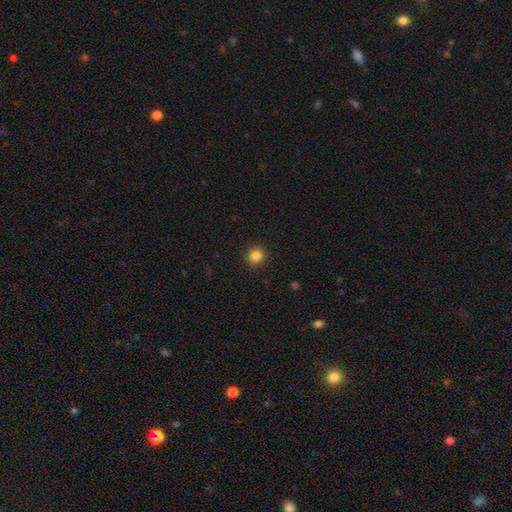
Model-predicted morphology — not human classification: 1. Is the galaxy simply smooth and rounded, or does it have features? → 85% smooth, 11% star or artifact, 4% featured or disk.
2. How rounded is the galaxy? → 90% round, 9% in between, 1% cigar-shaped.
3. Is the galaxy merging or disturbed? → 92% none, 5% minor disturbance, 2% major disturbance, 1% merger.